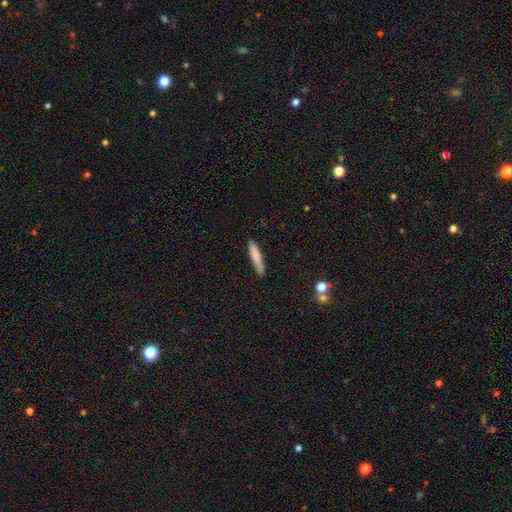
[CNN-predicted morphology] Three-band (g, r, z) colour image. It shows a smooth galaxy with no disk features (80%) that is cigar-shaped (89%). Merging: none (88%).